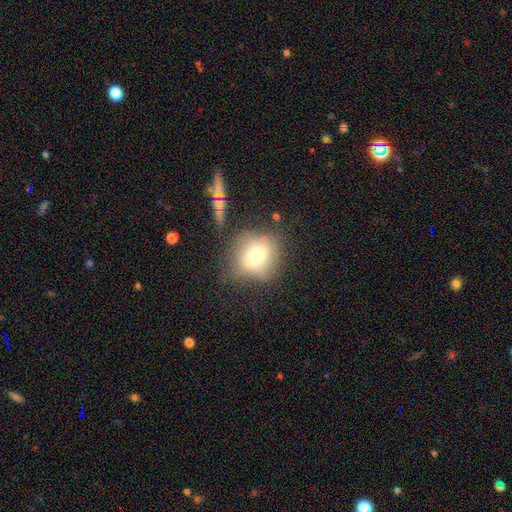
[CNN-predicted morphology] Smooth or featured: smooth — 70% (featured or disk — 19%)
How rounded: round — 77% (in between — 22%)
Merging: none — 60% (minor disturbance — 23%)